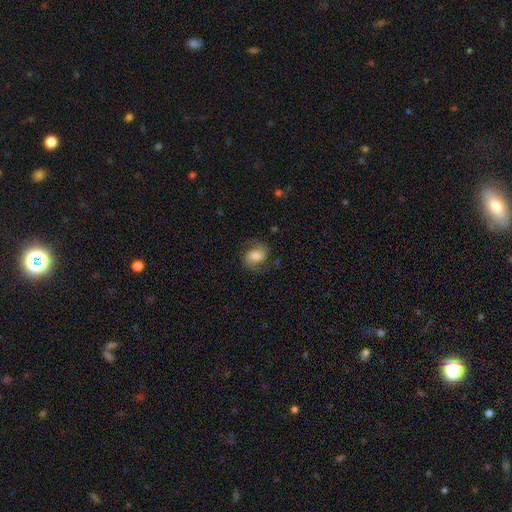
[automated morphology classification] smooth-or-featured: featured or disk: 57% | smooth: 34% | star or artifact: 9%
  disk-edge-on: no: 97% | yes: 3%
    bar: no: 55% | weak: 34% | strong: 11%
    has-spiral-arms: yes: 91% | no: 9%
      spiral-winding: medium: 49% | loose: 31% | tight: 20%
      spiral-arm-count: 2: 89% | can't tell: 5% | 1: 3% | 3: 1% | 4: 1% | more than 4: 1%
    bulge-size: moderate: 53% | large: 20% | small: 20% | none: 4% | dominant: 3%
  merging: none: 72% | minor disturbance: 17% | major disturbance: 10% | merger: 1%